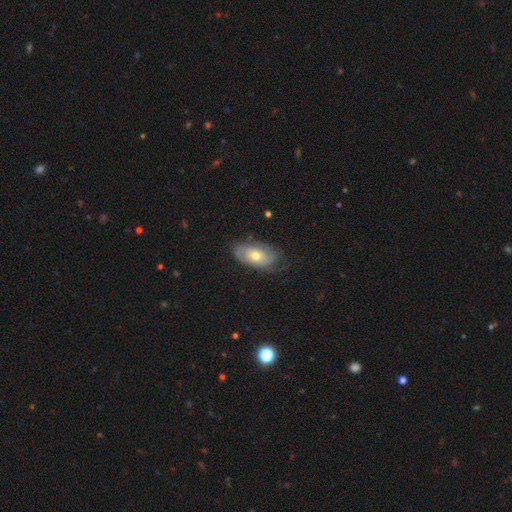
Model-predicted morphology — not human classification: type=featured or disk (50%); merging=none (63%).